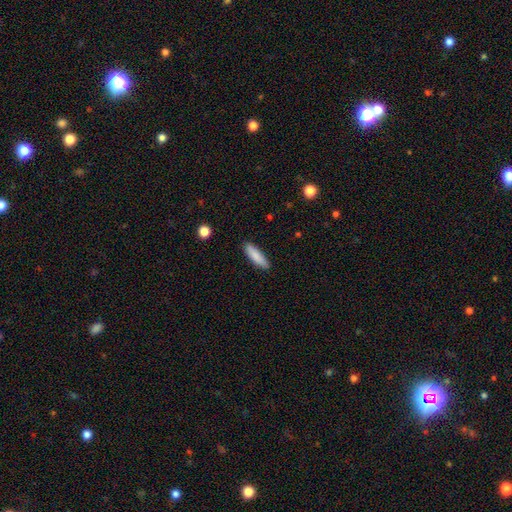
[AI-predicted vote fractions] The model was most divided on "how rounded": cigar-shaped: 62%, in between: 36%, round: 1%. More confident: merging — none (88%); smooth or featured — smooth (86%).